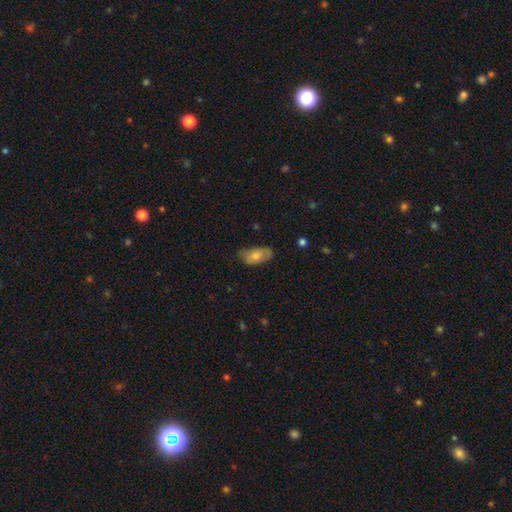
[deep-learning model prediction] This is likely a smooth galaxy (71%). How rounded: clearly in between (92%). Merging: likely none (63%).